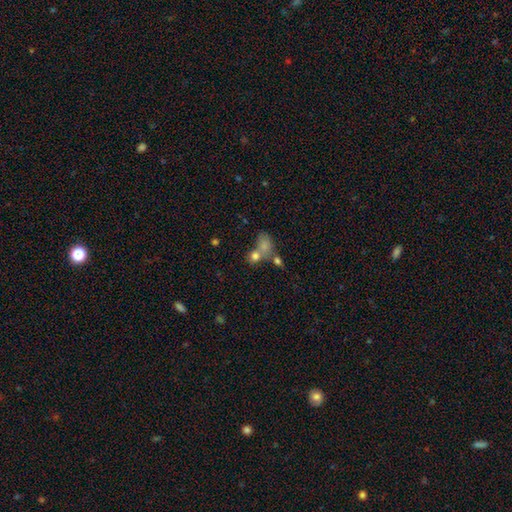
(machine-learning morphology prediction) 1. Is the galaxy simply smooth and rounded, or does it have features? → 75% smooth, 13% featured or disk, 13% star or artifact.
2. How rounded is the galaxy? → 56% round, 42% in between, 2% cigar-shaped.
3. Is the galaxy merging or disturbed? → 52% merger, 32% none, 9% minor disturbance, 7% major disturbance.